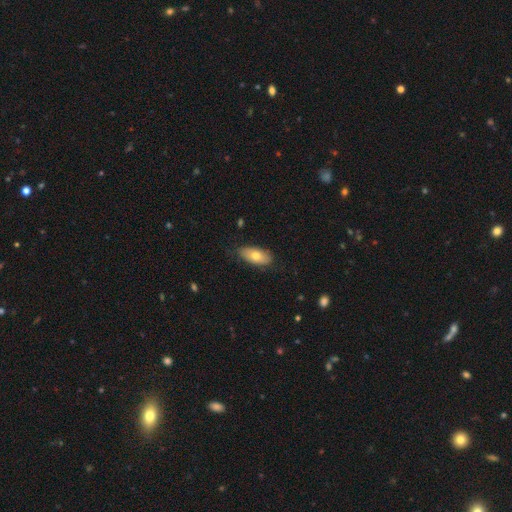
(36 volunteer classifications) Smooth or featured? 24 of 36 (67%) said smooth. How rounded? 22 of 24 (92%) said in between. Merging? 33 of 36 (92%) said none.